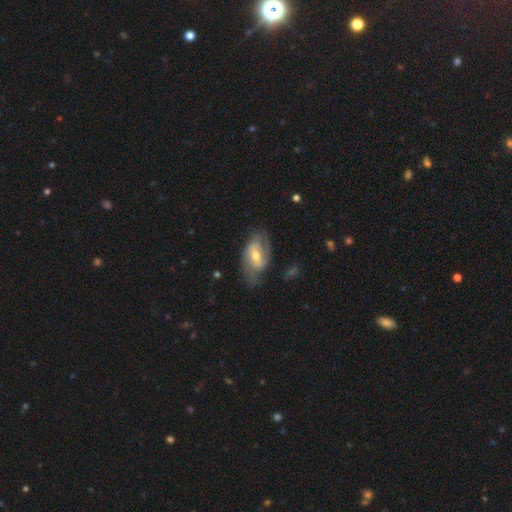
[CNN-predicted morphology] Smooth or featured? Predicted: featured or disk (p=0.67). Edge-on disk? Predicted: no (p=0.93). Bar? Predicted: weak (p=0.43). Spiral arms? Predicted: yes (p=0.82). Spiral winding? Predicted: medium (p=0.42). Spiral arm count? Predicted: 2 (p=0.67). Bulge size? Predicted: moderate (p=0.60). Merging? Predicted: none (p=0.61).